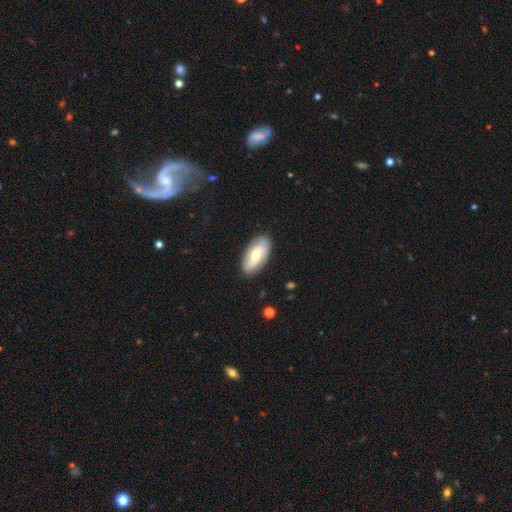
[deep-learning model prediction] Q: Smooth or featured?
A: featured or disk (53%); runner-up: smooth (42%)
Q: Edge-on disk?
A: no (89%); runner-up: yes (11%)
Q: Merging?
A: none (86%); runner-up: minor disturbance (11%)